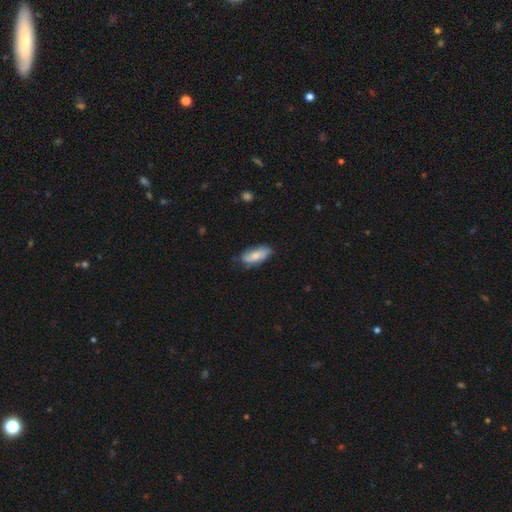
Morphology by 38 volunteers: Smooth or featured? smooth (68%)
How rounded? in between (88%)
Merging? none (54%)